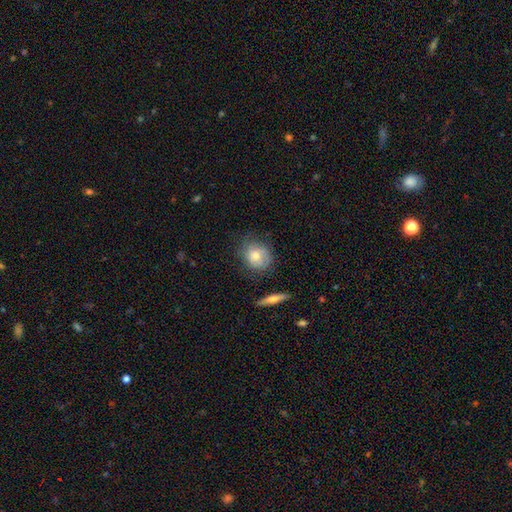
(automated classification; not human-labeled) Smooth or featured?
  - smooth: 57% *
  - featured or disk: 36%
  - star or artifact: 8%
How rounded?
  - round: 65% *
  - in between: 33%
  - cigar-shaped: 2%
Merging?
  - none: 65% *
  - minor disturbance: 24%
  - major disturbance: 8%
  - merger: 2%